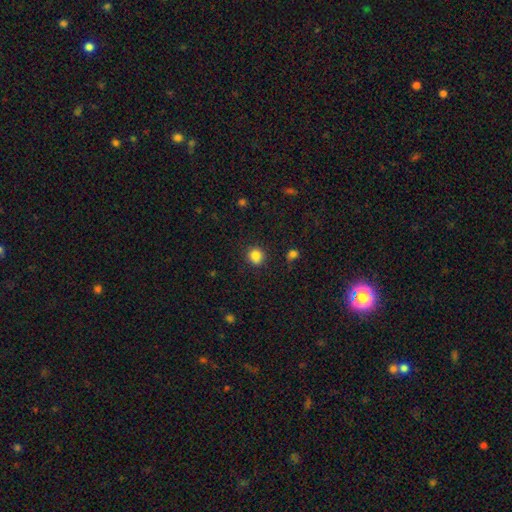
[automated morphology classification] smooth-or-featured: smooth: 85% | star or artifact: 11% | featured or disk: 4%
  how-rounded: round: 85% | in between: 14% | cigar-shaped: 1%
  merging: none: 84% | minor disturbance: 10% | major disturbance: 3% | merger: 2%